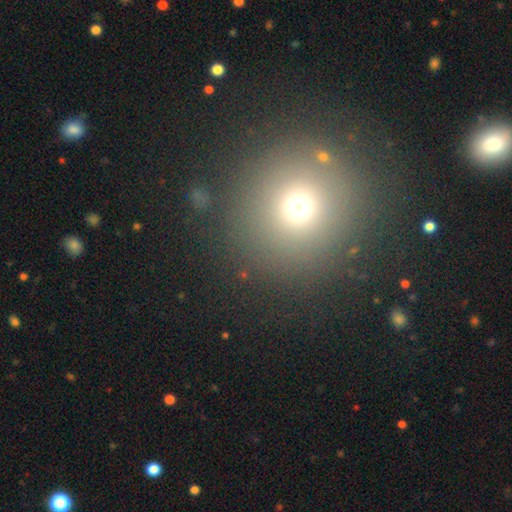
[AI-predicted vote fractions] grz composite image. It shows a smooth galaxy with no disk features (66%) that is round (94%). Merging: none (87%).